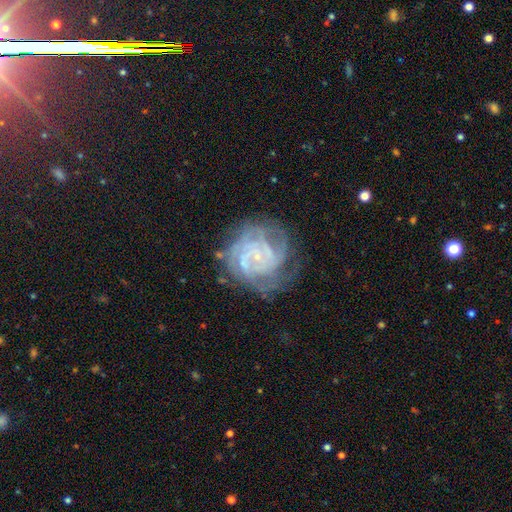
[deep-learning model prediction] This appears to be a featured or disk galaxy (83%) with no bar (65%), tight (69%) spiral arms (95%) and a small central bulge (74%). Merging: none (66%).